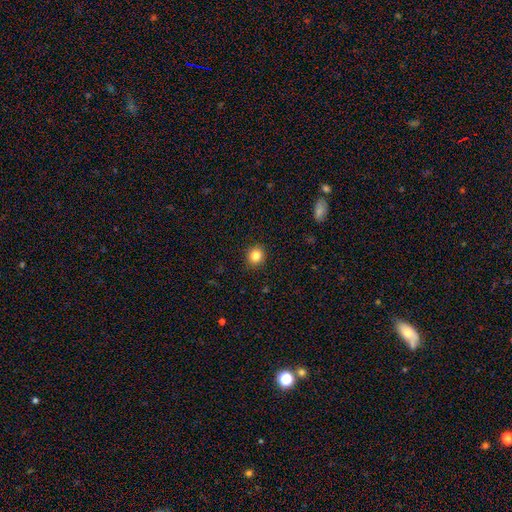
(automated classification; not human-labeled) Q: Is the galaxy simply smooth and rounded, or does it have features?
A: smooth — 84%.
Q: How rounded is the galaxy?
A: round — 85%.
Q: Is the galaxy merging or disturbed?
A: none — 91%.